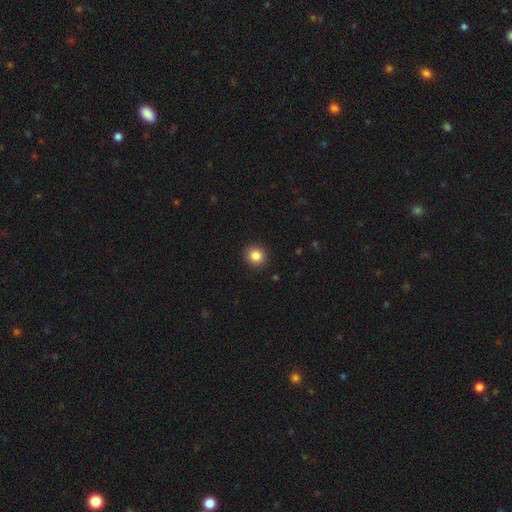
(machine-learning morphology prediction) Smooth or featured? Predicted: smooth (p=0.86). How rounded? Predicted: round (p=0.87). Merging? Predicted: none (p=0.92).